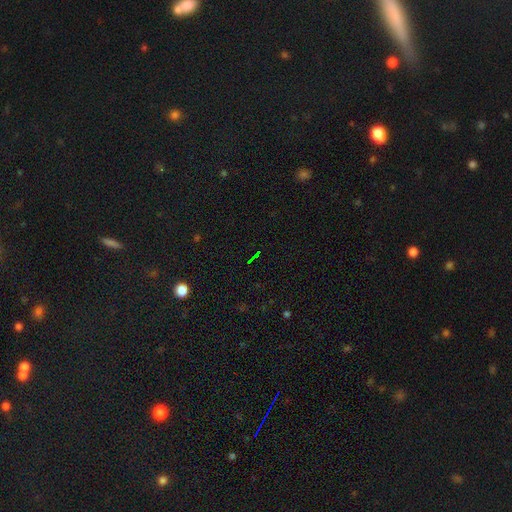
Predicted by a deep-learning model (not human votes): This appears to be a star or artifact, not a galaxy (74%).